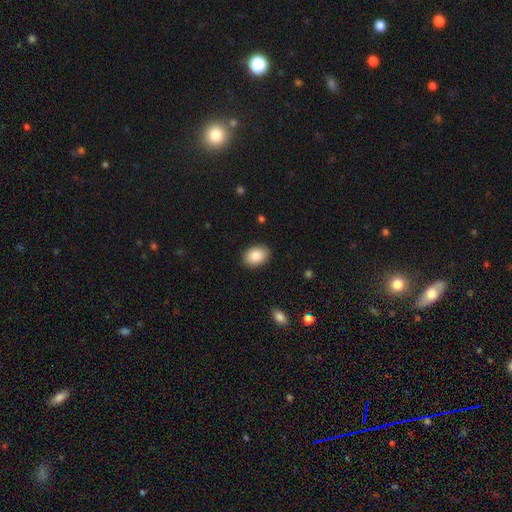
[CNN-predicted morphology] Smooth or featured: smooth — 86% (featured or disk — 7%)
How rounded: in between — 79% (round — 20%)
Merging: none — 89% (minor disturbance — 8%)